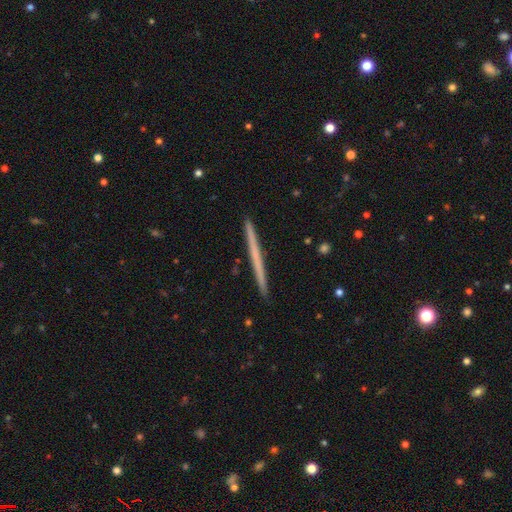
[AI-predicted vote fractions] Morphology: type=featured or disk (48%); merging=none (93%).